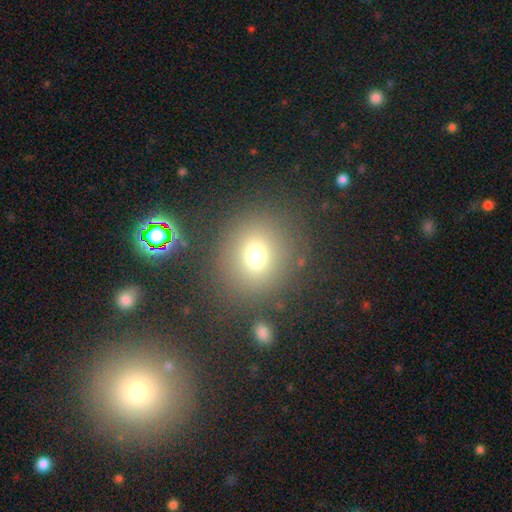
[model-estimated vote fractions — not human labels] The model was most divided on "smooth or featured": smooth: 72%, star or artifact: 18%, featured or disk: 10%. More confident: merging — none (81%); how rounded — round (77%).